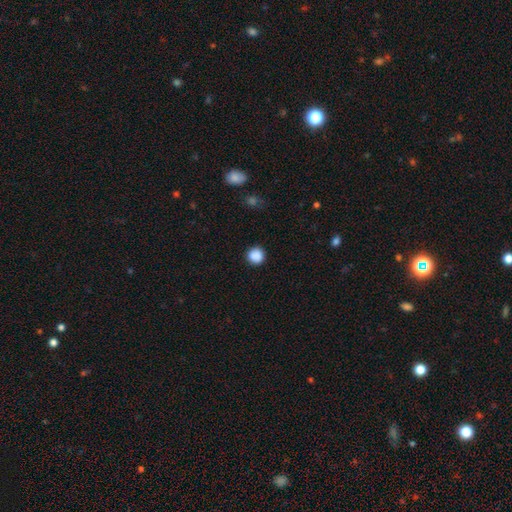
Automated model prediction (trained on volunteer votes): Smooth or featured? Predicted: smooth (p=0.87). How rounded? Predicted: round (p=0.94). Merging? Predicted: none (p=0.89).